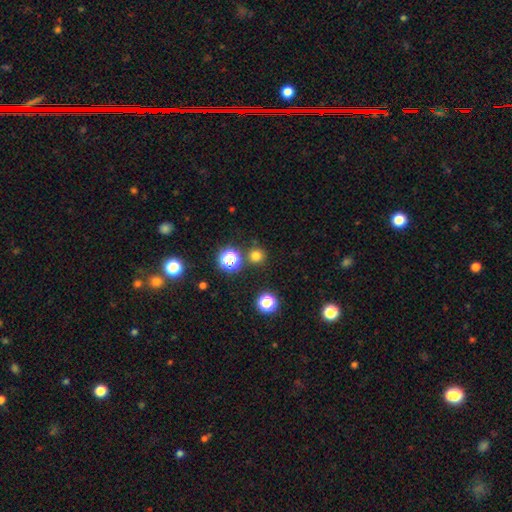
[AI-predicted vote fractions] A smooth galaxy with no disk features (72%) that is round (95%). Merging: none (86%).